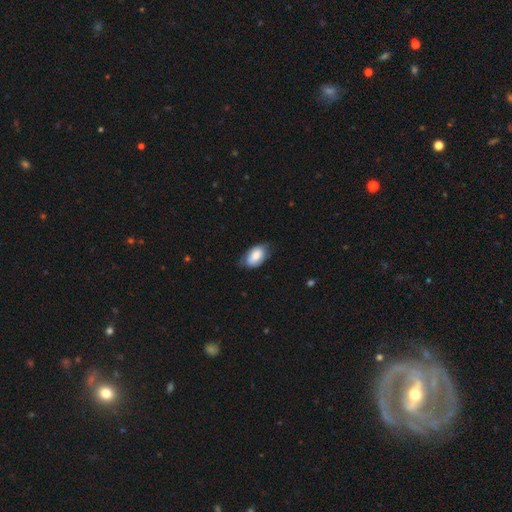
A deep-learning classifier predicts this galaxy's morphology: This appears to be a smooth galaxy with no disk features (78%) that is in between round and cigar-shaped (93%). Merging: none (65%).